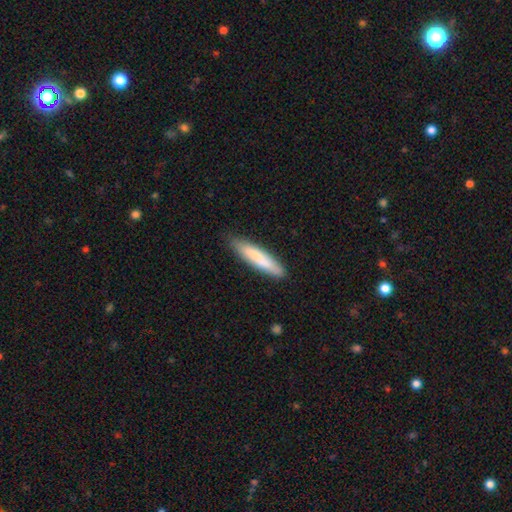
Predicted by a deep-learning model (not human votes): smooth_or_featured: smooth (p=0.78) [alt: featured or disk p=0.17]
how_rounded: cigar-shaped (p=0.87) [alt: in between p=0.12]
merging: none (p=0.84) [alt: minor disturbance p=0.13]